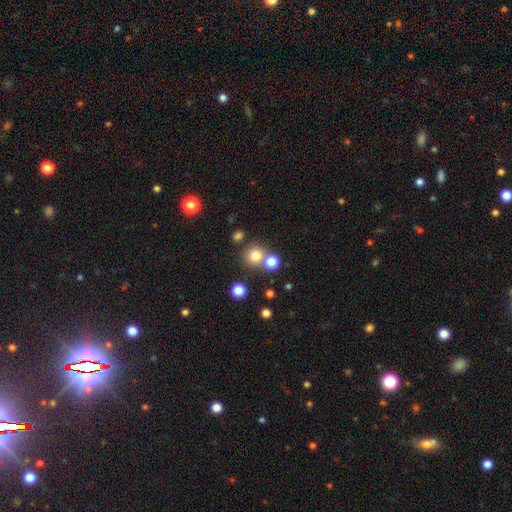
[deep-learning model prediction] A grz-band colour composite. It shows a smooth galaxy with no disk features (78%) that is round (91%). Merging: none (69%).